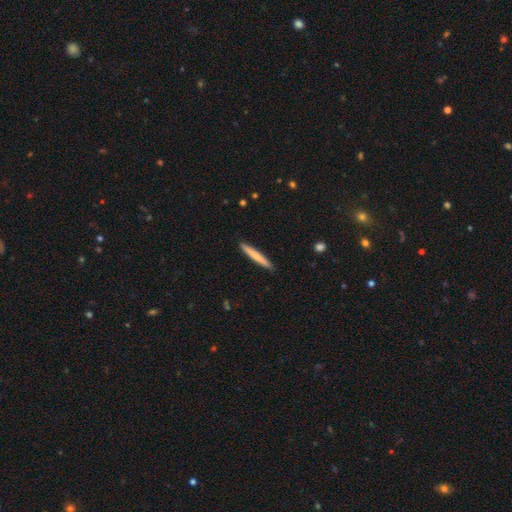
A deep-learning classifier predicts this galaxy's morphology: Q: Smooth or featured?
A: smooth (71%); runner-up: featured or disk (24%)
Q: How rounded?
A: cigar-shaped (96%); runner-up: in between (3%)
Q: Merging?
A: none (92%); runner-up: minor disturbance (6%)